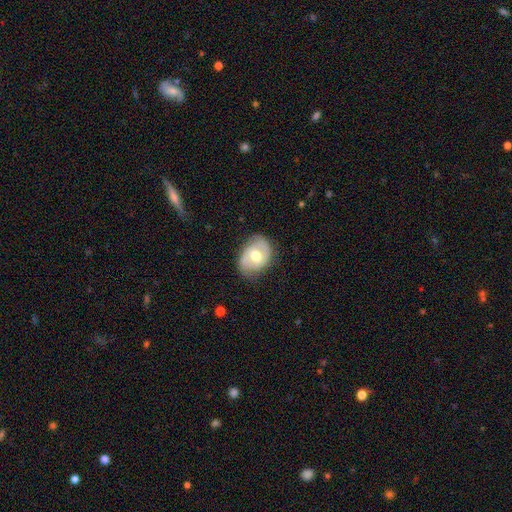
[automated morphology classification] This is possibly a smooth galaxy (47%, tied with featured or disk). Merging: likely none (70%).